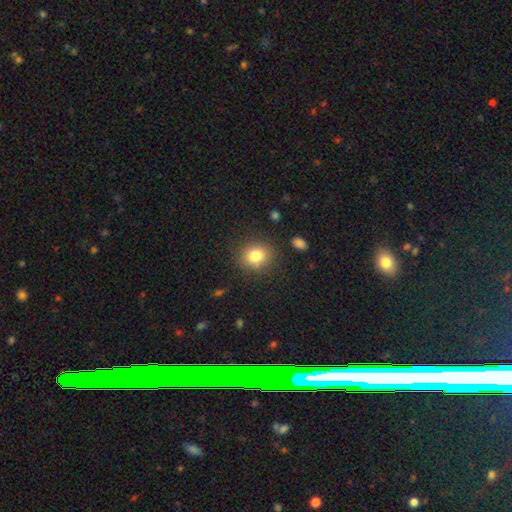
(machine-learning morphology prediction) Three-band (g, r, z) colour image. It shows a smooth galaxy with no disk features (81%) that is round (69%). Merging: none (84%).